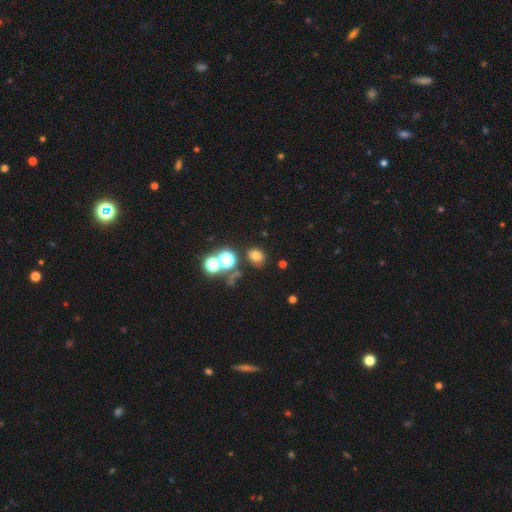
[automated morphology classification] Q: Smooth or featured?
A: smooth (70%); runner-up: star or artifact (22%)
Q: How rounded?
A: round (64%); runner-up: in between (35%)
Q: Merging?
A: none (79%); runner-up: minor disturbance (10%)